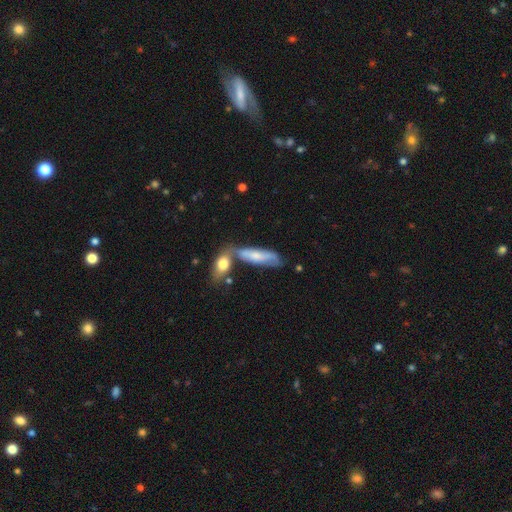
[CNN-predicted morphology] smooth 52%, featured or disk 41%, star or artifact 7%. Down the decision tree: how rounded — cigar-shaped (53%); merging — none (40%).